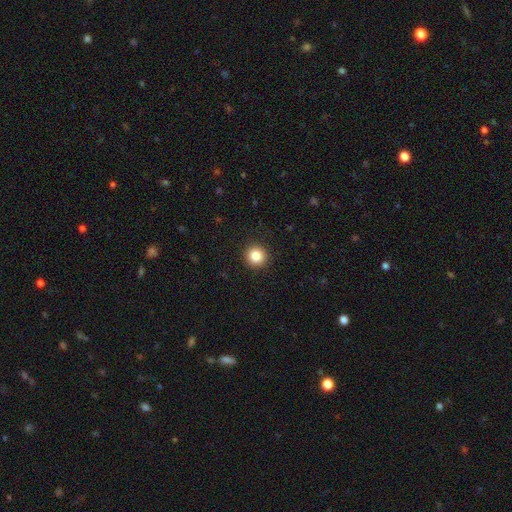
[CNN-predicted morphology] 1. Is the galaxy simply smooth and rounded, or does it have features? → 86% smooth, 10% star or artifact, 4% featured or disk.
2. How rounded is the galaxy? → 95% round, 5% in between, 1% cigar-shaped.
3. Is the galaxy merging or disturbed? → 92% none, 5% minor disturbance, 2% major disturbance, 1% merger.